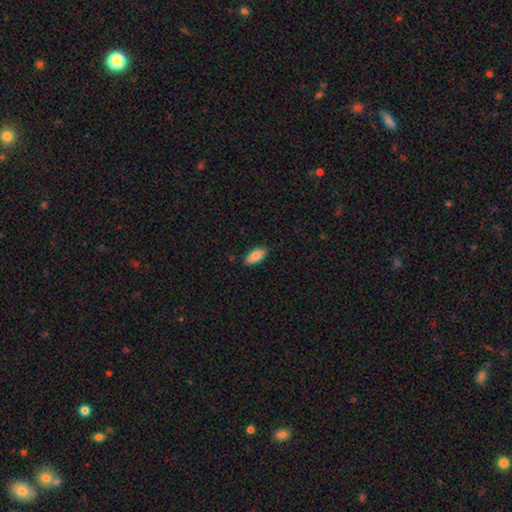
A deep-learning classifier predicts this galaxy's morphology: smooth 82%, featured or disk 11%, star or artifact 7%. Down the decision tree: how rounded — in between (91%); merging — none (82%).